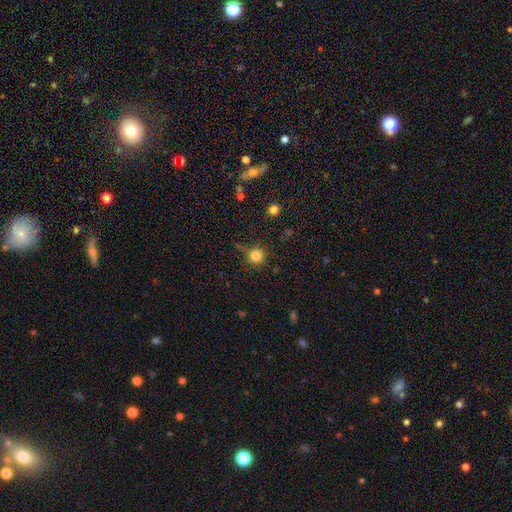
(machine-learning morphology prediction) Overall: smooth (82%). How rounded: round (93%). Merging: none (75%).